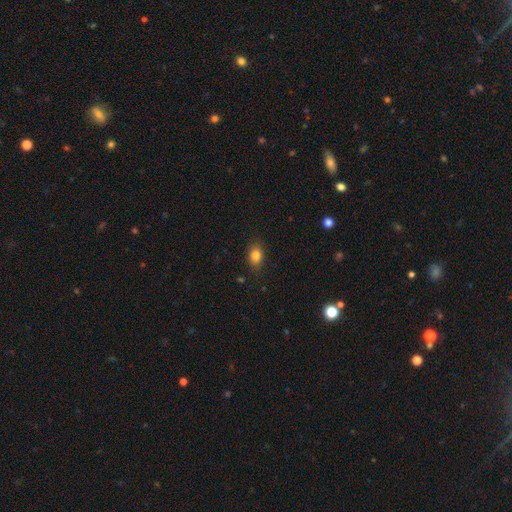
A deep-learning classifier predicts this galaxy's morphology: Smooth or featured? smooth (82%)
How rounded? in between (73%)
Merging? none (84%)